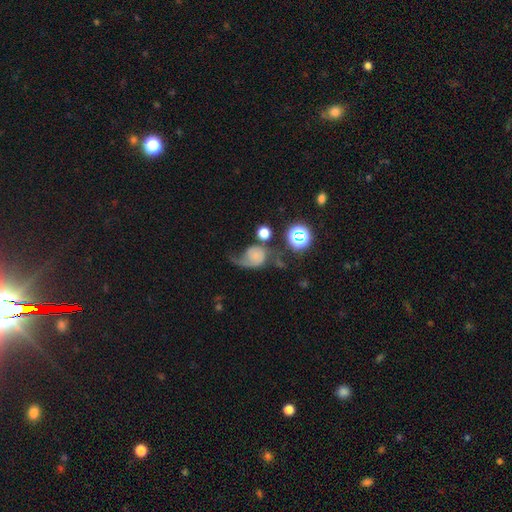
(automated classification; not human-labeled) Morphology: type=featured or disk (55%); edge-on=no (97%); bar=no (79%); spiral arms=yes (86%); bulge=none (48%); merging=major disturbance (36%).